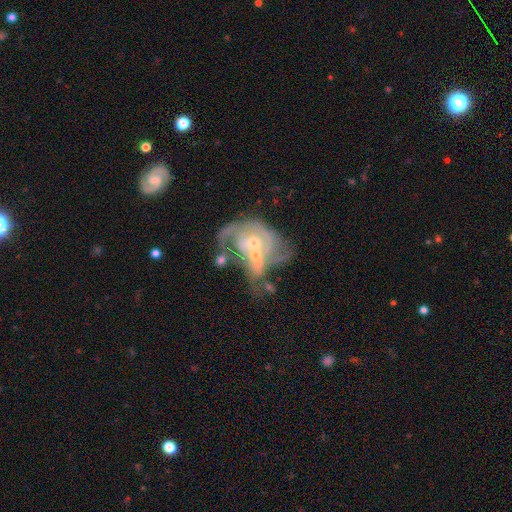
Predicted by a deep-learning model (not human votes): The model was most divided on "spiral winding": tight: 44%, medium: 37%, loose: 19%. Remaining: edge-on disk — no (97%); spiral arms — yes (83%); smooth or featured — featured or disk (79%); bar — no (75%); merging — merger (65%); bulge size — small (57%); spiral arm count — can't tell (38%).